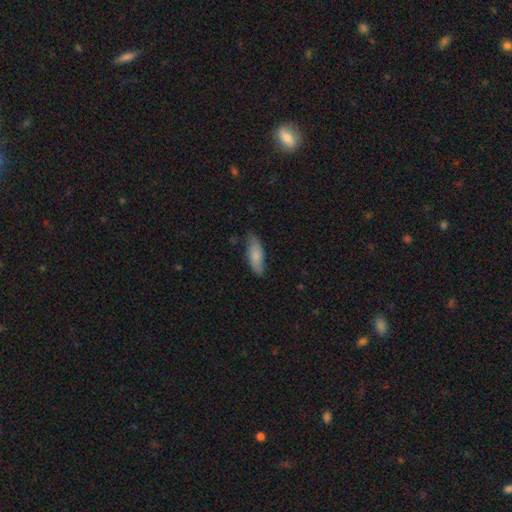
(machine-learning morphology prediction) smooth_or_featured: smooth (p=0.75) [alt: featured or disk p=0.19]
how_rounded: in between (p=0.68) [alt: cigar-shaped p=0.30]
merging: none (p=0.71) [alt: minor disturbance p=0.24]